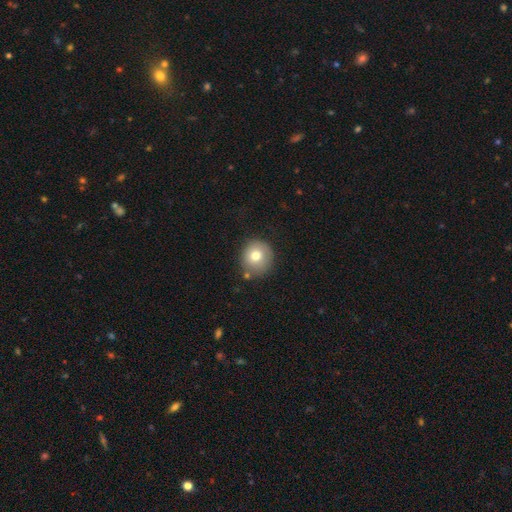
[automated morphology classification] smooth 76%, featured or disk 14%, star or artifact 10%. Down the decision tree: how rounded — round (91%); merging — none (78%).